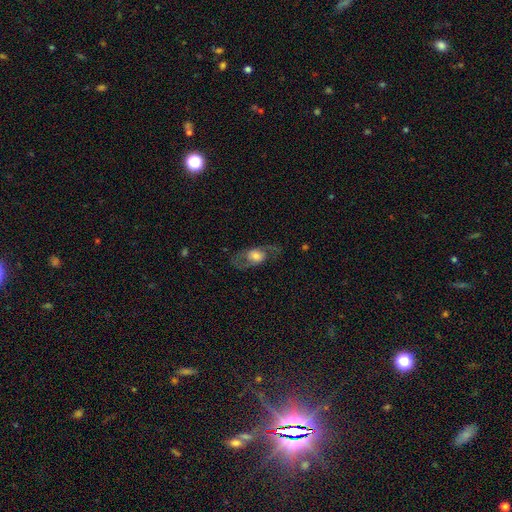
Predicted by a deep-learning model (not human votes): This appears to be a featured or disk galaxy (53%). Merging: none (65%).